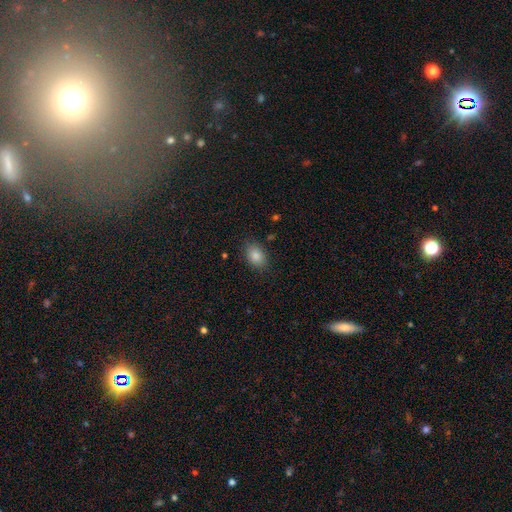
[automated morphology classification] type=smooth (86%); roundness=in between (80%); merging=none (83%).